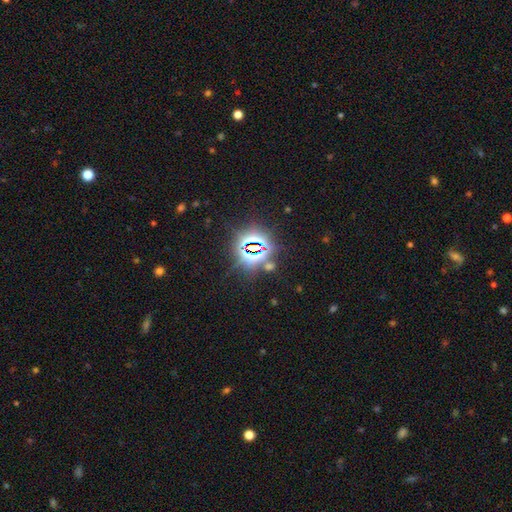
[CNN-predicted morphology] Overall: star or artifact (81%).